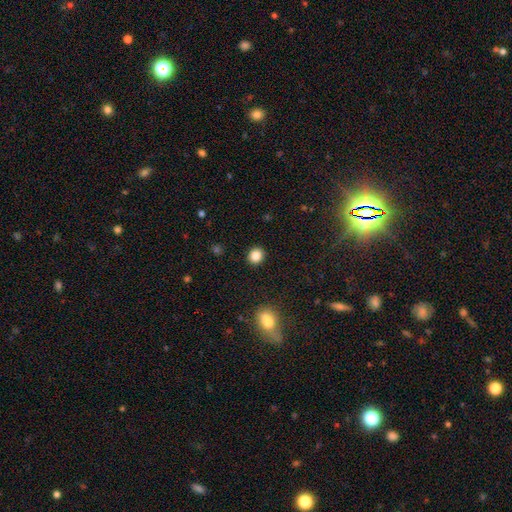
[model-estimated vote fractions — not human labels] Smooth or featured? Predicted: smooth (p=0.85). How rounded? Predicted: round (p=0.80). Merging? Predicted: none (p=0.91).